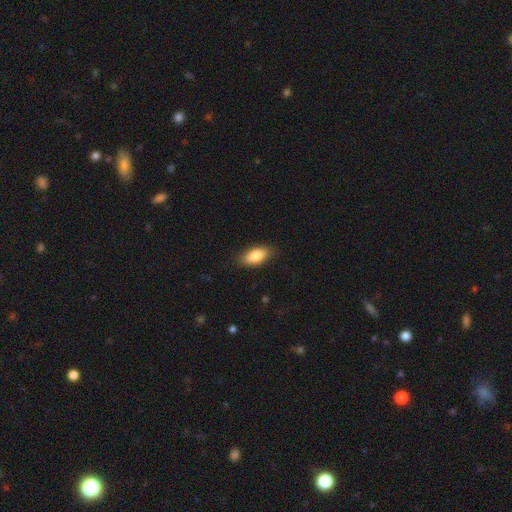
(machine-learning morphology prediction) Smooth or featured? smooth (83%)
How rounded? in between (91%)
Merging? none (83%)